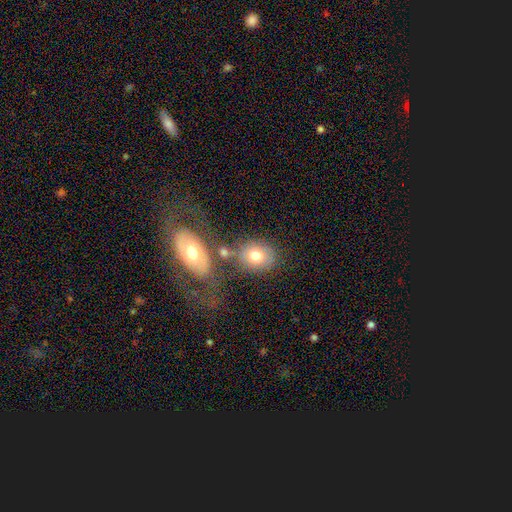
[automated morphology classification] This appears to be a smooth galaxy with no disk features (72%) that is round (54%). Merging: none (57%).